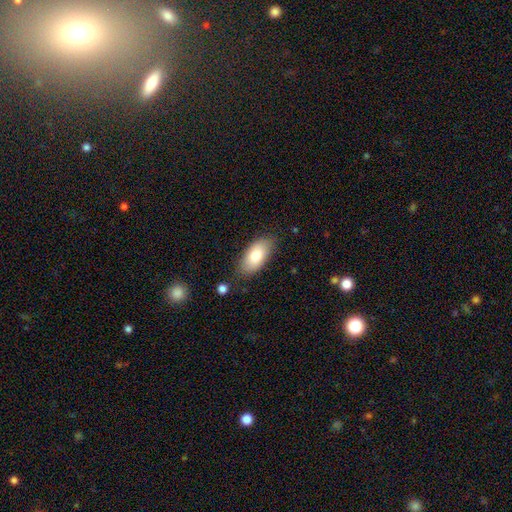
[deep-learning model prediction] smooth 80%, featured or disk 14%, star or artifact 6%. Down the decision tree: how rounded — in between (92%); merging — none (79%).